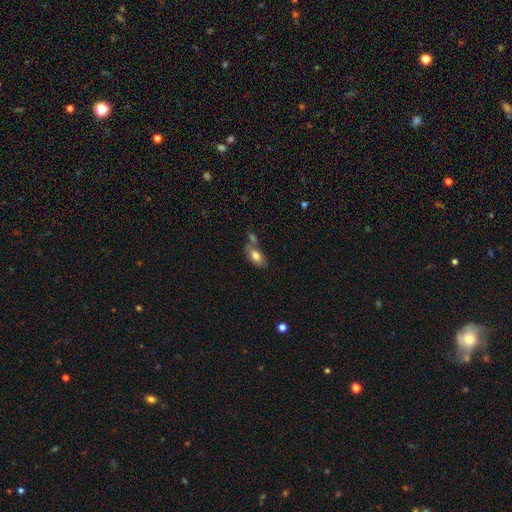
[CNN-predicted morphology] Overall: smooth (75%). How rounded: in between (90%). Merging: none (47%; merger 32%).